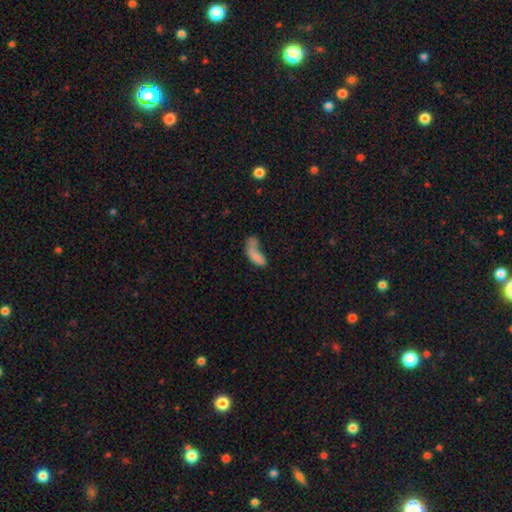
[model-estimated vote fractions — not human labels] smooth-or-featured: smooth: 70% | featured or disk: 20% | star or artifact: 10%
  how-rounded: in between: 77% | cigar-shaped: 19% | round: 4%
  merging: major disturbance: 35% | merger: 24% | none: 24% | minor disturbance: 17%